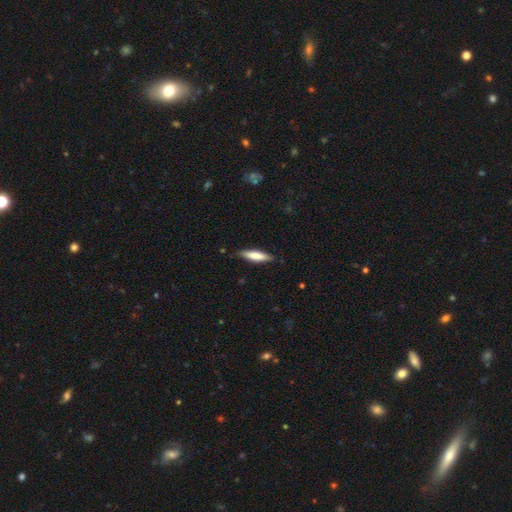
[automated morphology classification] smooth-or-featured: smooth: 72% | featured or disk: 23% | star or artifact: 5%
  how-rounded: cigar-shaped: 72% | in between: 26% | round: 1%
  merging: none: 86% | minor disturbance: 11% | major disturbance: 2% | merger: 1%